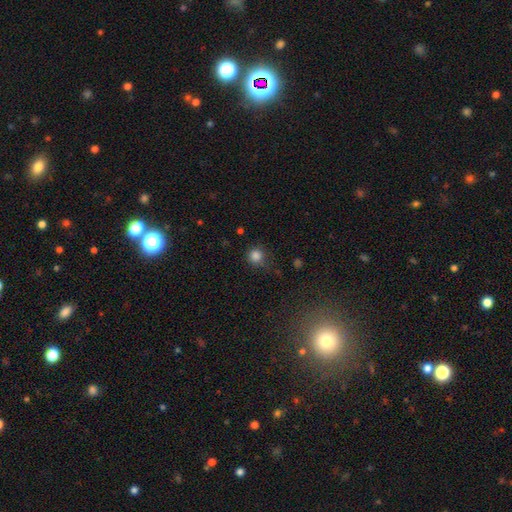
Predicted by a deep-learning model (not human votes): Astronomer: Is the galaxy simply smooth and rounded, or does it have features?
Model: smooth — 83%.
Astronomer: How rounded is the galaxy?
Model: round — 93%.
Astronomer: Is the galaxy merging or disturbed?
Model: none — 74%.